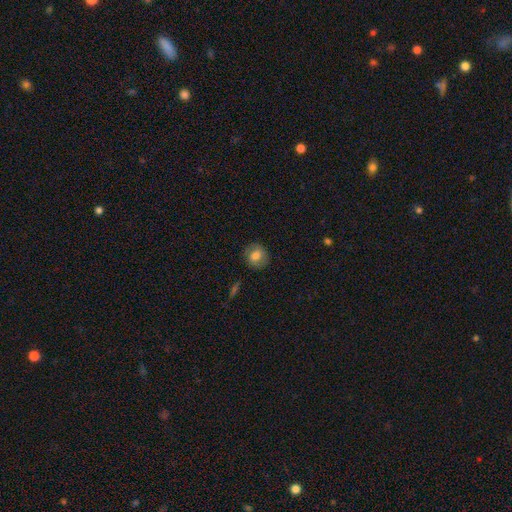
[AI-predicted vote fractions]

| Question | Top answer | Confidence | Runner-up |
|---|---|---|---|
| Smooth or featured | smooth | 73% | featured or disk (18%) |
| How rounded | round | 74% | in between (24%) |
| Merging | none | 83% | minor disturbance (12%) |